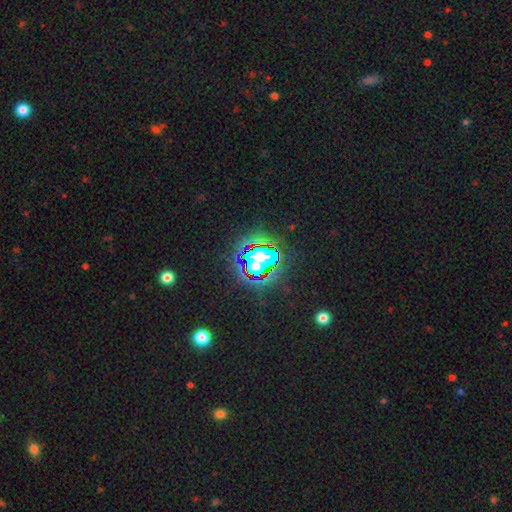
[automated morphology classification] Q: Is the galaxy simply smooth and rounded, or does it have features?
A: star or artifact — 77%.